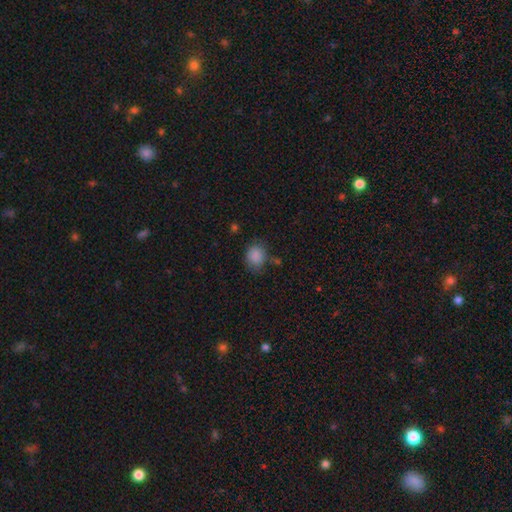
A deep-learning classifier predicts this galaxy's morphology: Overall: smooth (85%). How rounded: round (56%; in between 43%). Merging: none (65%).